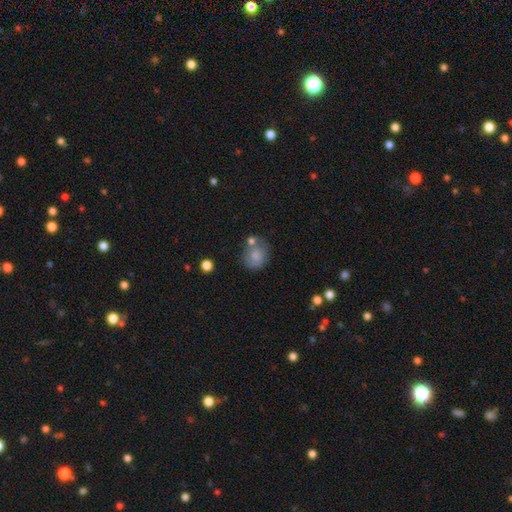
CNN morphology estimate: Smooth or featured? smooth (78%)
How rounded? round (72%)
Merging? none (51%)